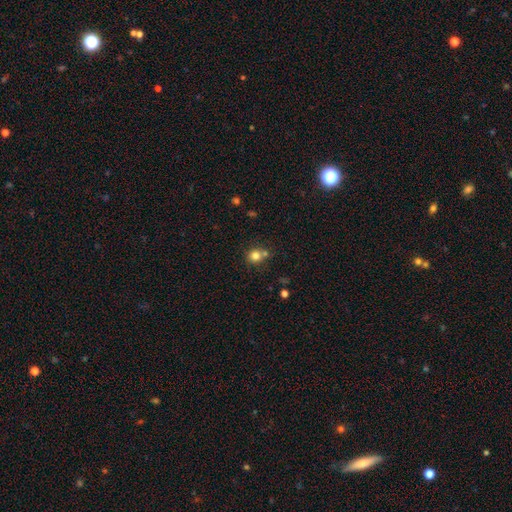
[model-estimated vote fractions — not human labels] Smooth or featured: smooth — 79% (star or artifact — 13%)
How rounded: round — 87% (in between — 12%)
Merging: none — 59% (merger — 27%)